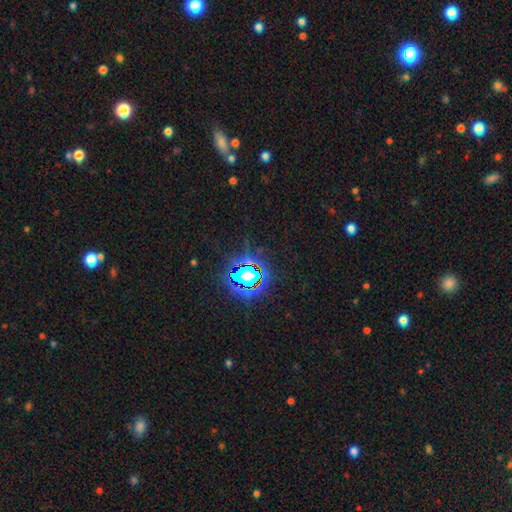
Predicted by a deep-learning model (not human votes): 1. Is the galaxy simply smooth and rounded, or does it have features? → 82% star or artifact, 11% smooth, 7% featured or disk.